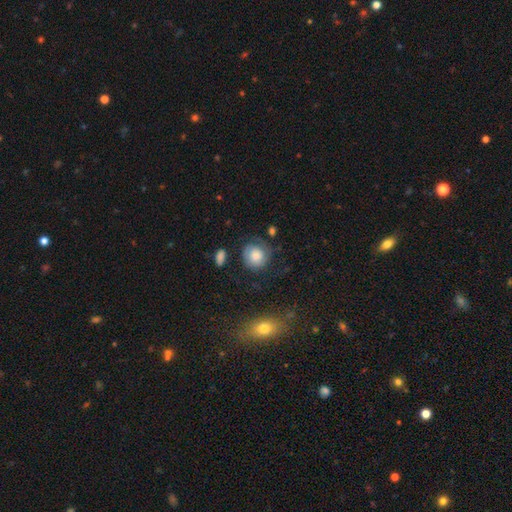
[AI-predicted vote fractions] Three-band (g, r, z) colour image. It shows a smooth galaxy with no disk features (67%) that is round (84%). Merging: none (61%).